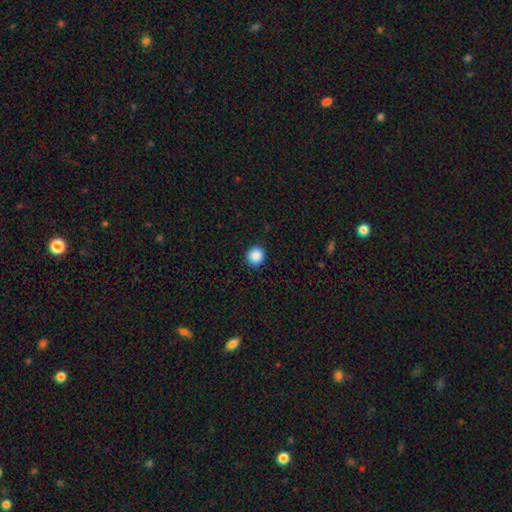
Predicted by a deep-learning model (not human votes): A smooth galaxy with no disk features (88%) that is round (92%).

Vote fractions:
- Smooth or featured? smooth: 88% / star or artifact: 9% / featured or disk: 3%
- How rounded? round: 92% / in between: 7% / cigar-shaped: 1%
- Merging? none: 92% / minor disturbance: 5% / major disturbance: 2% / merger: 1%